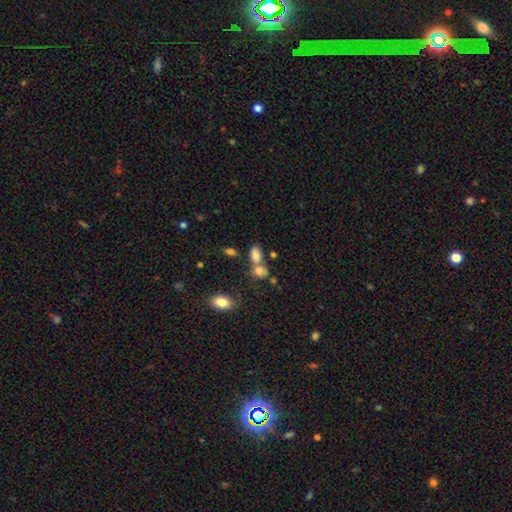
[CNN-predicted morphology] A smooth galaxy with no disk features (78%) that is in between round and cigar-shaped (80%). Merging: none (42%).